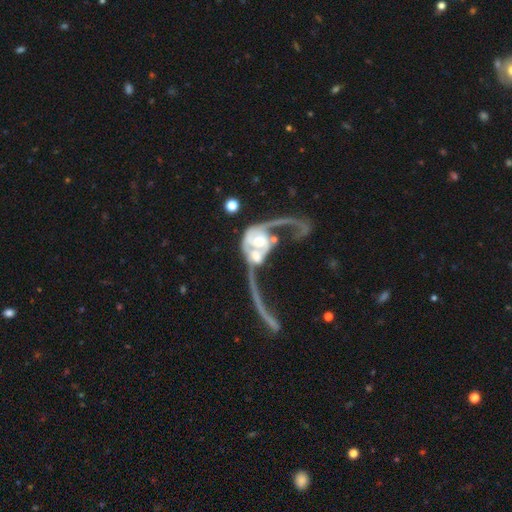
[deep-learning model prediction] This appears to be a featured or disk galaxy (78%) with no bar (68%), 2 (48%) loose (78%) spiral arms (74%) and a moderate central bulge (55%). Merging: merger (63%).